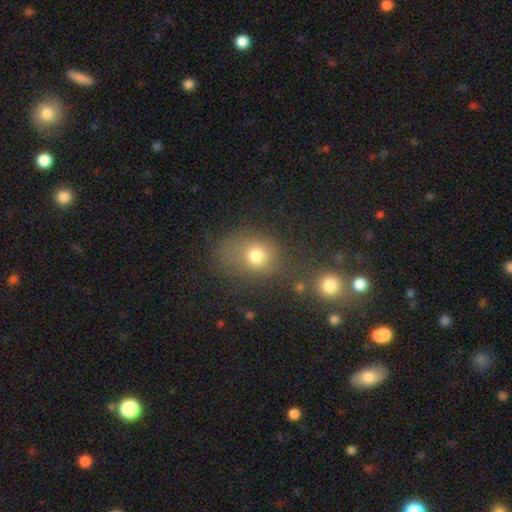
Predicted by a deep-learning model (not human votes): The model was most divided on "how rounded": round: 58%, in between: 40%, cigar-shaped: 1%. More confident: smooth or featured — smooth (73%); merging — none (56%).